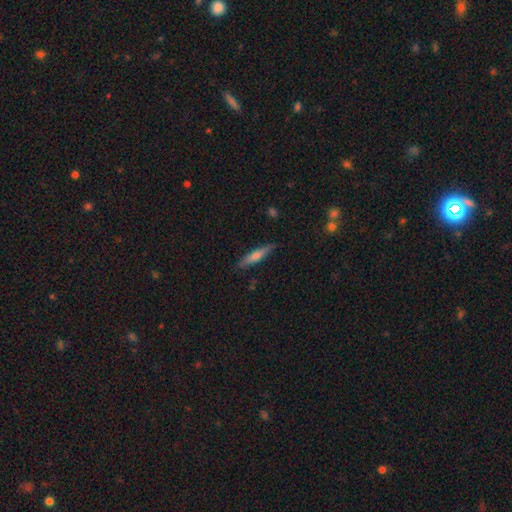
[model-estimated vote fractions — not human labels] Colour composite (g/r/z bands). It shows a smooth galaxy with no disk features (54%) that is cigar-shaped (87%). Merging: none (87%).